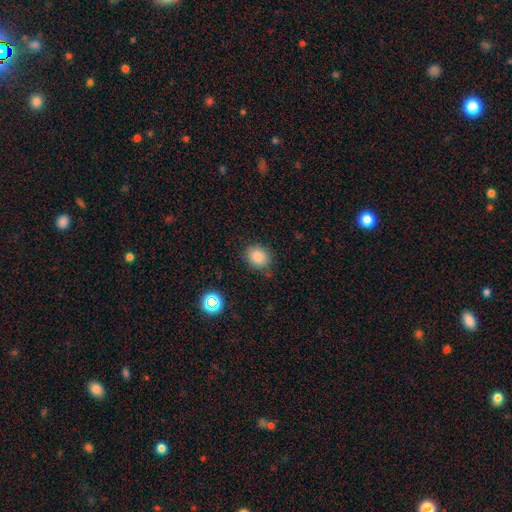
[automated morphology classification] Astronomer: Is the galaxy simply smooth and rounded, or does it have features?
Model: smooth — 84%.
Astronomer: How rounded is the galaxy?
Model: round — 64%.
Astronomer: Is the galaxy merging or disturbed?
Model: none — 81%.